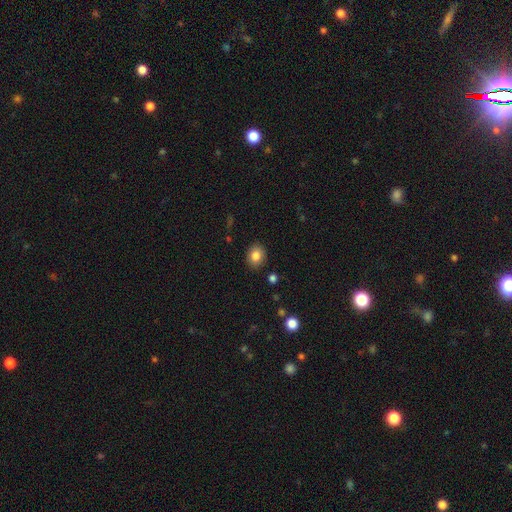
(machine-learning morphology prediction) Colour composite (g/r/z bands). It shows a smooth galaxy with no disk features (84%) that is round (53%). Merging: none (88%).